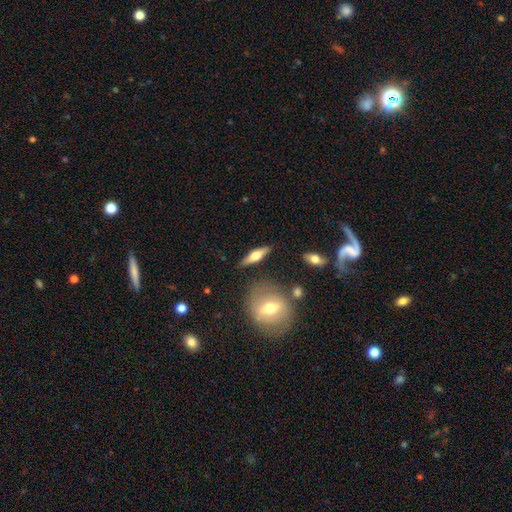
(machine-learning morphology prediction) The model was most divided on "smooth or featured": featured or disk: 54%, smooth: 40%, star or artifact: 6%. More confident: edge-on disk — yes (92%); merging — none (84%).